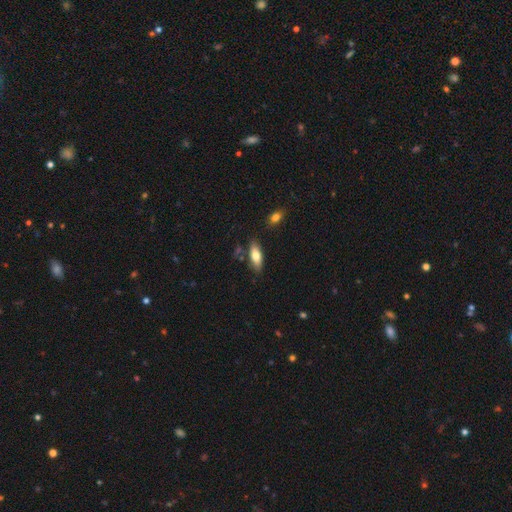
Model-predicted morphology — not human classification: This appears to be a smooth galaxy with no disk features (74%) that is in between round and cigar-shaped (73%). Merging: none (77%).